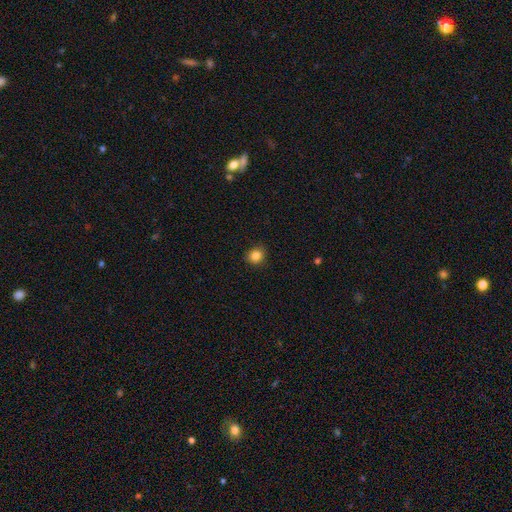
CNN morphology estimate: smooth_or_featured: smooth (p=0.85) [alt: star or artifact p=0.11]
how_rounded: round (p=0.81) [alt: in between p=0.18]
merging: none (p=0.87) [alt: minor disturbance p=0.10]